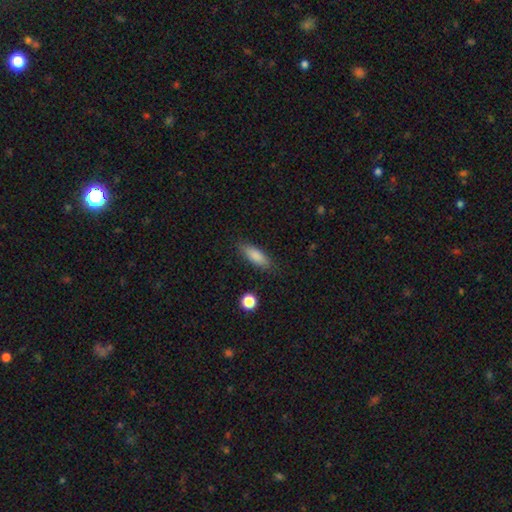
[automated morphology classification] smooth-or-featured: smooth: 84% | featured or disk: 9% | star or artifact: 7%
  how-rounded: in between: 59% | cigar-shaped: 39% | round: 2%
  merging: none: 83% | minor disturbance: 12% | major disturbance: 3% | merger: 2%